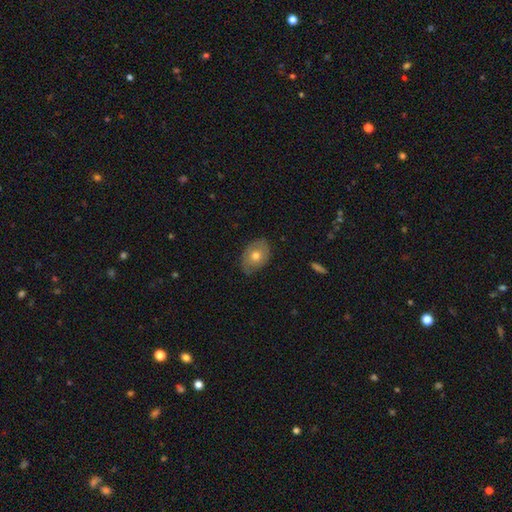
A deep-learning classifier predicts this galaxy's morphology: Overall: smooth (62%; featured or disk 30%). How rounded: in between (77%). Merging: none (76%).